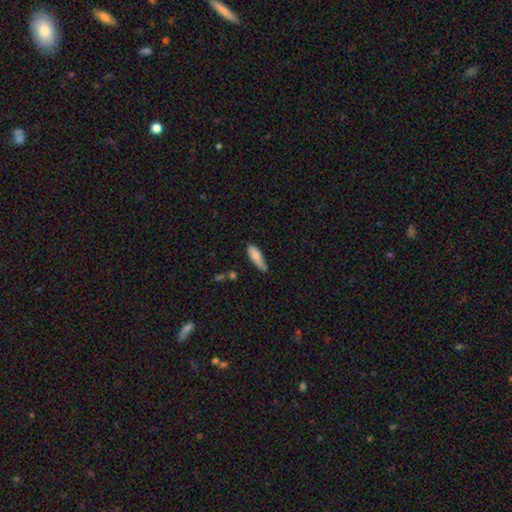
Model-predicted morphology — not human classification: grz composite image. It shows a smooth galaxy with no disk features (83%) that is cigar-shaped (50%). Merging: none (61%).